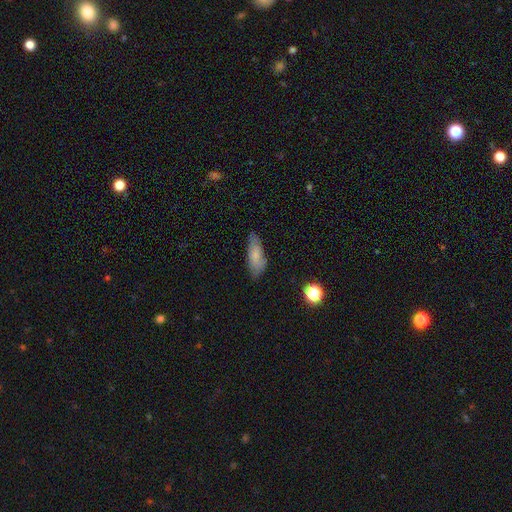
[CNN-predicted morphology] Overall: smooth (74%). How rounded: in between (71%). Merging: none (72%).